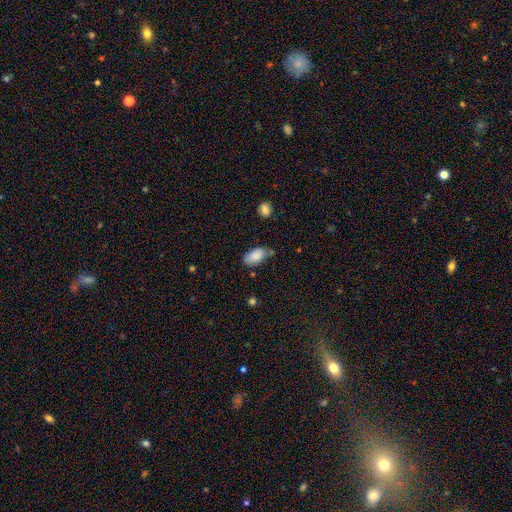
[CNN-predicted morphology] The model was most divided on "merging": none: 63%, minor disturbance: 25%, merger: 6%, major disturbance: 5%. More confident: how rounded — in between (94%); smooth or featured — smooth (87%).